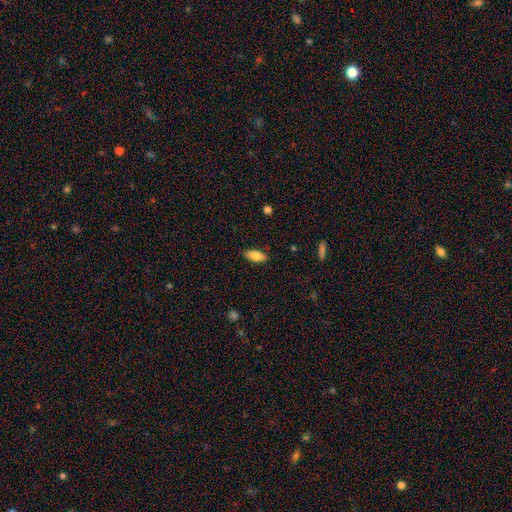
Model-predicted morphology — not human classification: A smooth galaxy with no disk features (81%) that is in between round and cigar-shaped (87%).

Vote fractions:
- Smooth or featured? smooth: 81% / featured or disk: 12% / star or artifact: 7%
- How rounded? in between: 87% / cigar-shaped: 11% / round: 2%
- Merging? none: 85% / minor disturbance: 12% / major disturbance: 2% / merger: 1%